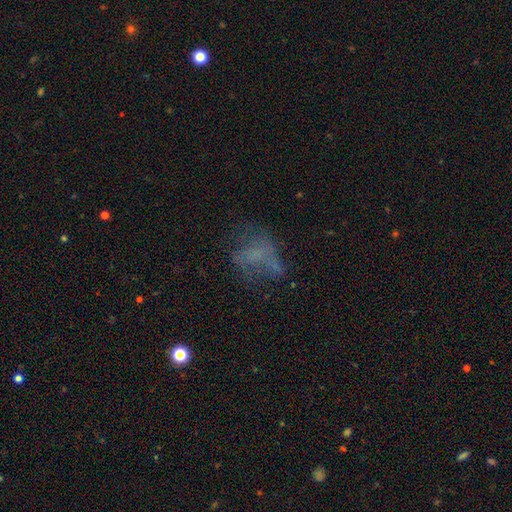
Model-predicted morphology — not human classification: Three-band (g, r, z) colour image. It shows a featured or disk galaxy (40%). Merging: none (41%).